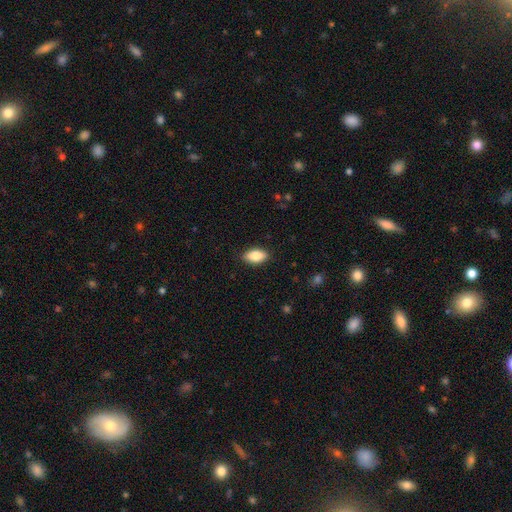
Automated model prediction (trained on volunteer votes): Smooth or featured? Predicted: smooth (p=0.85). How rounded? Predicted: in between (p=0.92). Merging? Predicted: none (p=0.88).